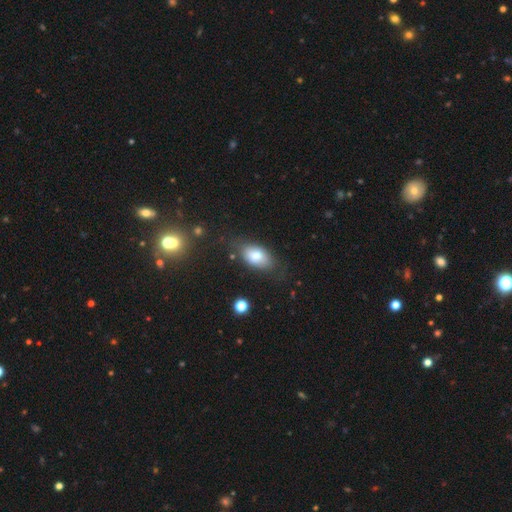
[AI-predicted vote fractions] This is likely a smooth galaxy (76%). How rounded: clearly in between (89%). Merging: likely none (71%).